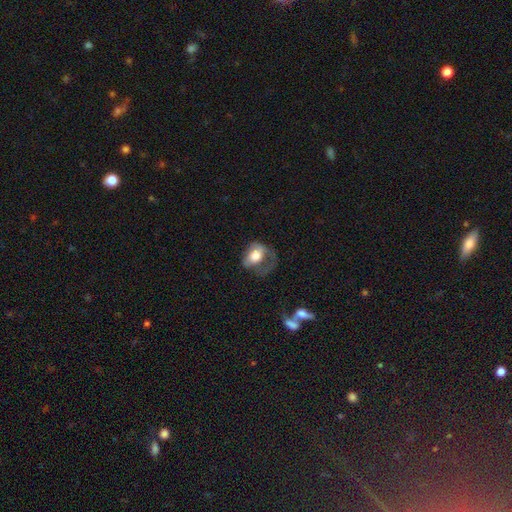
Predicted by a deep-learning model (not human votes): Smooth or featured? Predicted: smooth (p=0.60). How rounded? Predicted: in between (p=0.63). Merging? Predicted: major disturbance (p=0.48).